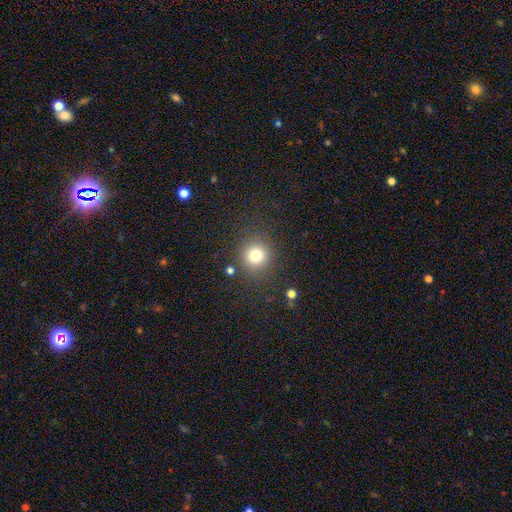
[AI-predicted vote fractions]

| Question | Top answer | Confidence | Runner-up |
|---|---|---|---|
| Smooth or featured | smooth | 78% | star or artifact (14%) |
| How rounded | round | 91% | in between (8%) |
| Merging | none | 86% | minor disturbance (8%) |